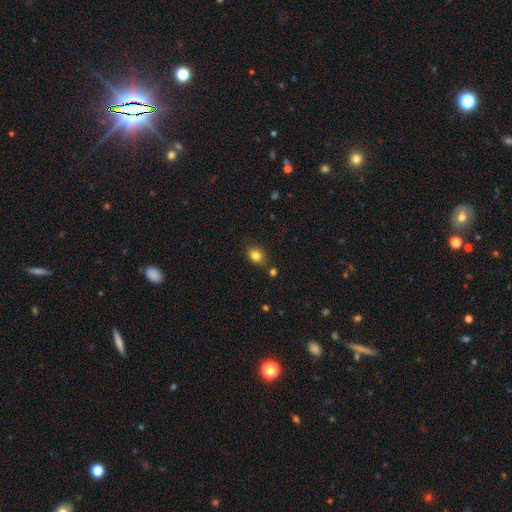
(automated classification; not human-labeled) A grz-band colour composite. It shows a smooth galaxy with no disk features (82%) that is in between round and cigar-shaped (66%). Merging: none (75%).